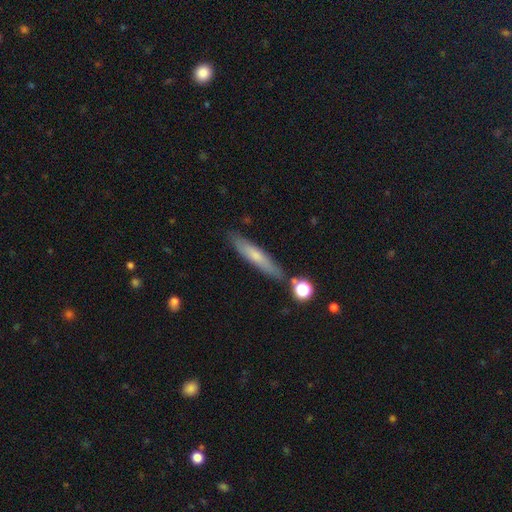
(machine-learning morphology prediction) A smooth galaxy with no disk features (59%) that is cigar-shaped (89%).

Vote fractions:
- Smooth or featured? smooth: 59% / featured or disk: 34% / star or artifact: 7%
- How rounded? cigar-shaped: 89% / in between: 9% / round: 2%
- Merging? none: 79% / minor disturbance: 13% / merger: 5% / major disturbance: 3%